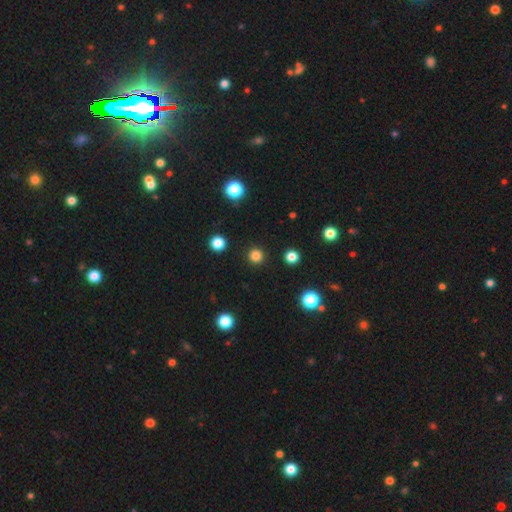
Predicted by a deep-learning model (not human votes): Smooth or featured? Predicted: smooth (p=0.82). How rounded? Predicted: round (p=0.96). Merging? Predicted: none (p=0.92).